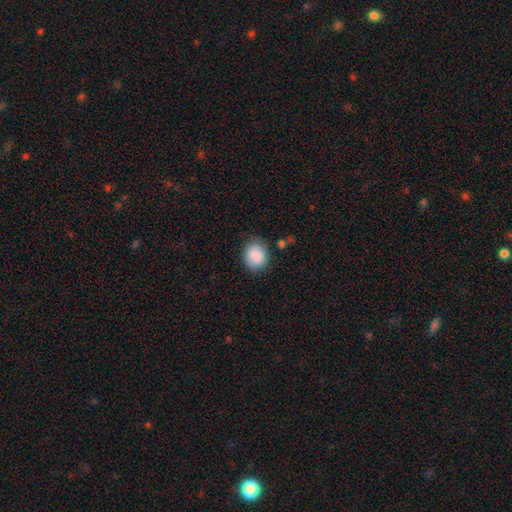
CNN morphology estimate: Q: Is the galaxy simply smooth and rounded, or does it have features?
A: smooth — 89%.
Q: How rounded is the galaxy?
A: round — 63%.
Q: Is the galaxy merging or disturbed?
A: none — 85%.